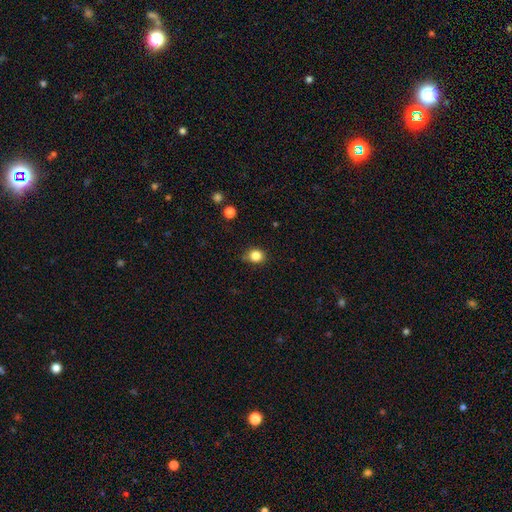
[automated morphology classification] smooth-or-featured: smooth: 83% | star or artifact: 11% | featured or disk: 5%
  how-rounded: round: 72% | in between: 27% | cigar-shaped: 1%
  merging: none: 76% | minor disturbance: 19% | major disturbance: 3% | merger: 2%